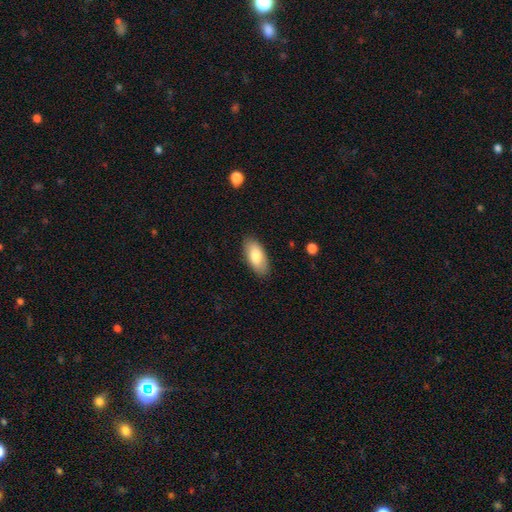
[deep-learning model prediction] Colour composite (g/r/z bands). It shows a smooth galaxy with no disk features (81%) that is in between round and cigar-shaped (92%). Merging: none (87%).